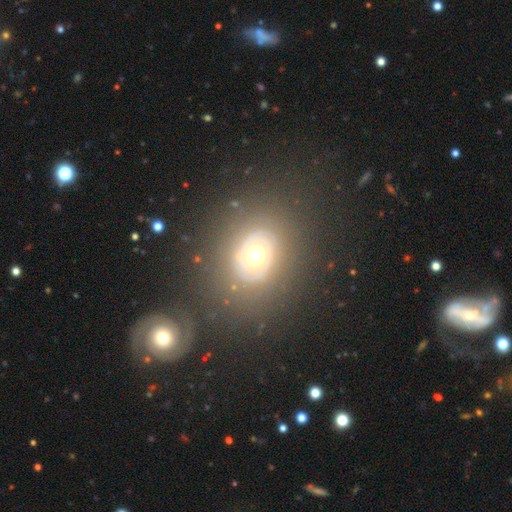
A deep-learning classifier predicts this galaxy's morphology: smooth-or-featured: featured or disk: 56% | smooth: 33% | star or artifact: 11%
  disk-edge-on: no: 94% | yes: 6%
    bar: no: 88% | weak: 8% | strong: 3%
    has-spiral-arms: no: 70% | yes: 30%
    bulge-size: moderate: 66% | large: 22% | small: 8% | dominant: 3% | none: 1%
  merging: none: 75% | minor disturbance: 13% | major disturbance: 10% | merger: 3%